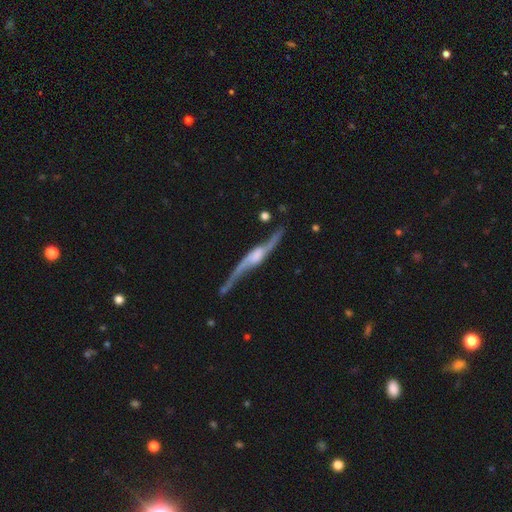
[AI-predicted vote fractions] smooth-or-featured: featured or disk: 88% | smooth: 7% | star or artifact: 5%
  disk-edge-on: yes: 62% | no: 38%
    edge-on-bulge: rounded: 65% | boxy: 25% | none: 10%
  merging: none: 68% | minor disturbance: 19% | major disturbance: 9% | merger: 5%